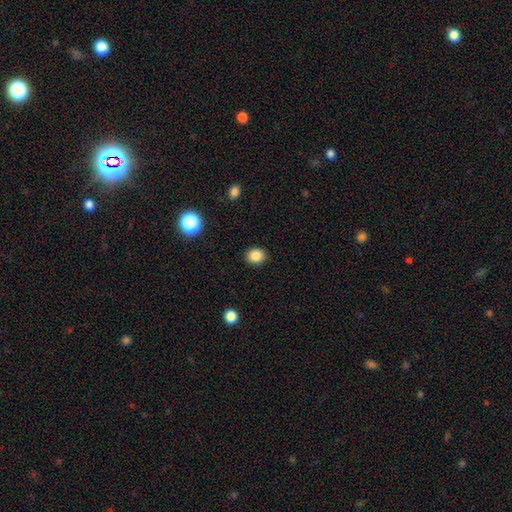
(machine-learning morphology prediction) The model was most divided on "how rounded": round: 66%, in between: 33%, cigar-shaped: 1%. More confident: merging — none (90%); smooth or featured — smooth (85%).